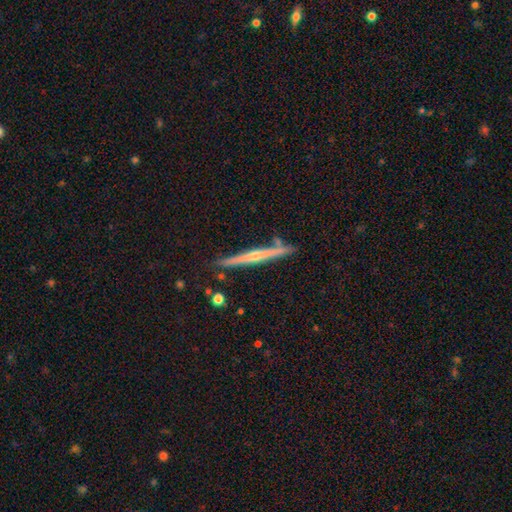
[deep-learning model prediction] Smooth or featured? featured or disk (70%)
Edge-on disk? yes (98%)
Edge-on bulge? rounded (67%)
Merging? none (83%)